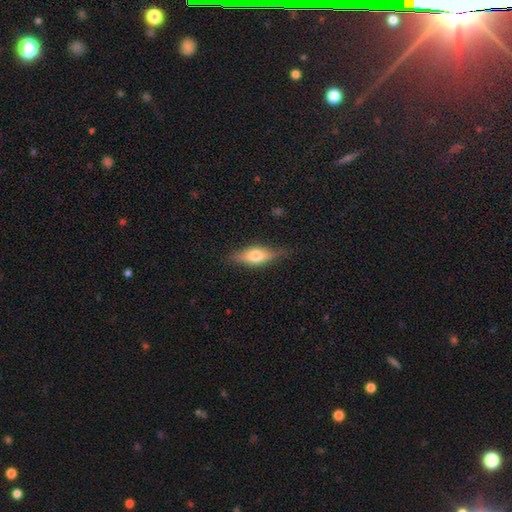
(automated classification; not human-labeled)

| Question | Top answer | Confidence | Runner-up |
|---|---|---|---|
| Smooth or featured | smooth | 52% | featured or disk (40%) |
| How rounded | in between | 64% | cigar-shaped (32%) |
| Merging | none | 79% | minor disturbance (16%) |